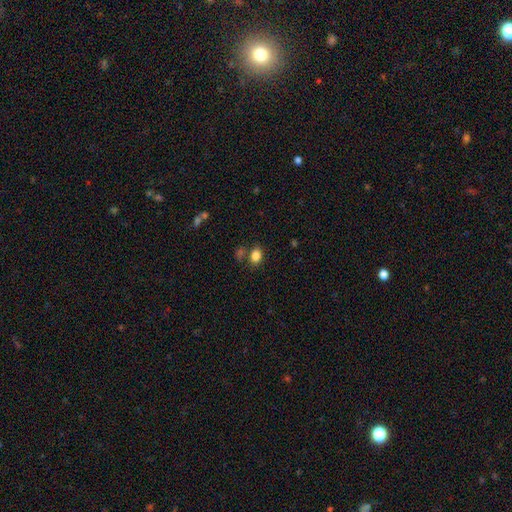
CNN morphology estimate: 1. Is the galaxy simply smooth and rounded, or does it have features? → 84% smooth, 11% star or artifact, 5% featured or disk.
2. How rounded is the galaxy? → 72% in between, 27% round, 1% cigar-shaped.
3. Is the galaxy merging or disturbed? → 69% none, 13% minor disturbance, 13% merger, 5% major disturbance.